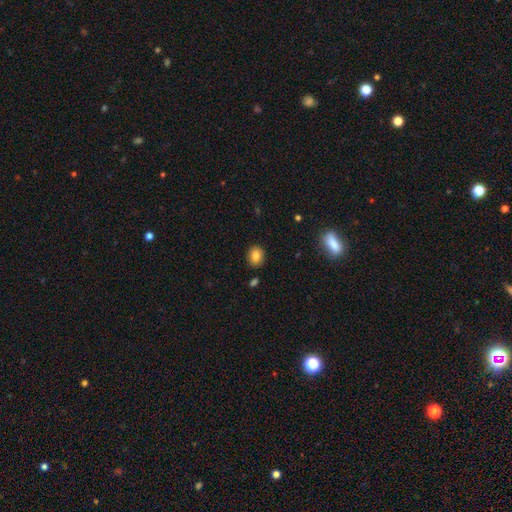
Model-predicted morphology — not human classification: This is clearly a smooth galaxy (84%). How rounded: likely round (60%). Merging: clearly none (88%).